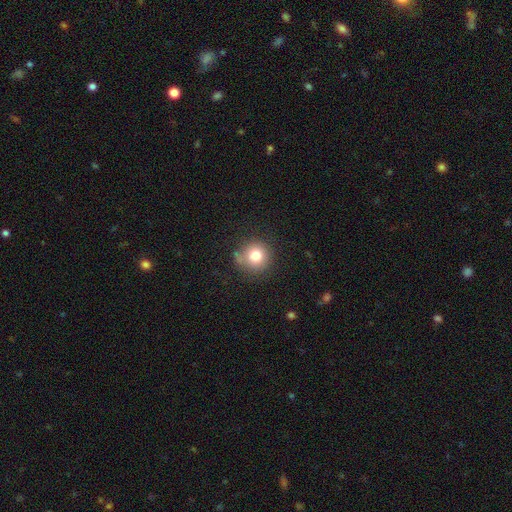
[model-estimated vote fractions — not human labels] This appears to be a smooth galaxy with no disk features (80%) that is round (92%). Merging: none (75%).